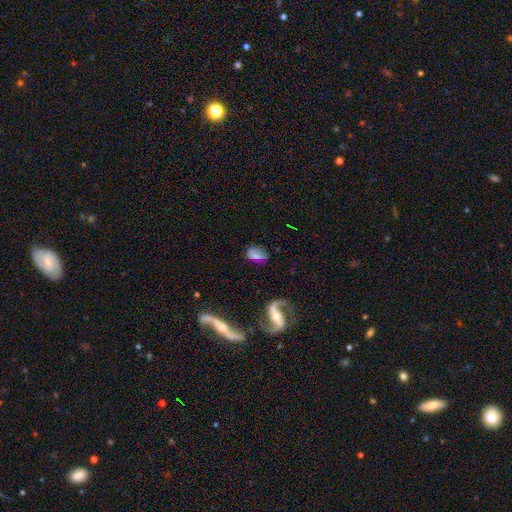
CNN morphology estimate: The model was most divided on "smooth or featured": smooth: 56%, featured or disk: 31%, star or artifact: 13%. More confident: how rounded — in between (82%); merging — none (58%).